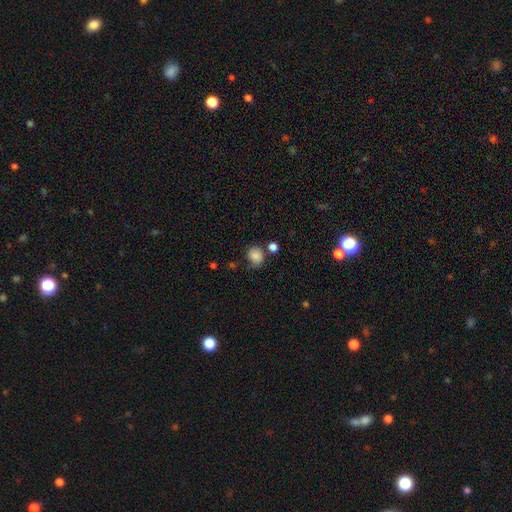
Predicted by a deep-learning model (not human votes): smooth_or_featured: smooth (p=0.83) [alt: star or artifact p=0.10]
how_rounded: round (p=0.66) [alt: in between p=0.33]
merging: none (p=0.68) [alt: minor disturbance p=0.17]